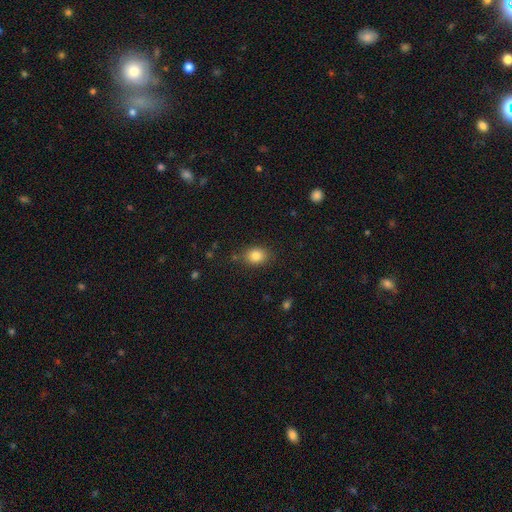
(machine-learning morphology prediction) Smooth or featured? smooth (84%)
How rounded? in between (57%)
Merging? none (81%)